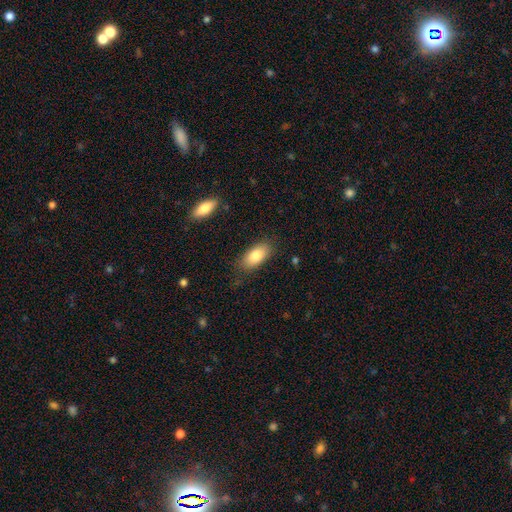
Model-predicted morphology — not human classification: This appears to be a smooth galaxy with no disk features (82%) that is in between round and cigar-shaped (90%). Merging: none (82%).